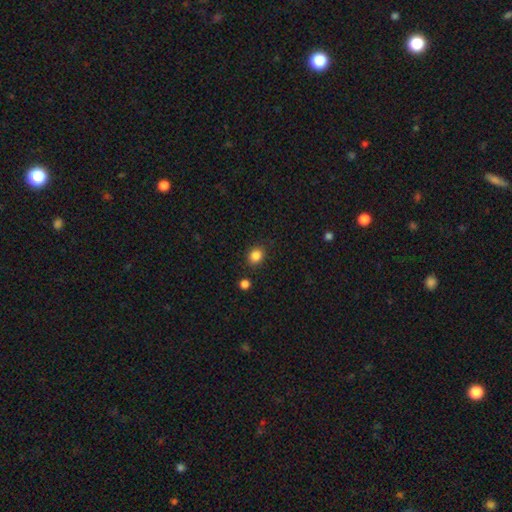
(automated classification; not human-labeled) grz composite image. It shows a smooth galaxy with no disk features (85%) that is round (63%). Merging: none (85%).